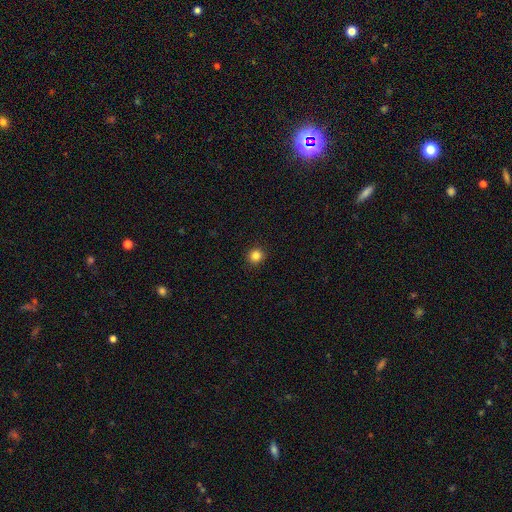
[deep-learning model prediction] smooth_or_featured: smooth (p=0.84) [alt: star or artifact p=0.12]
how_rounded: round (p=0.93) [alt: in between p=0.06]
merging: none (p=0.93) [alt: minor disturbance p=0.04]